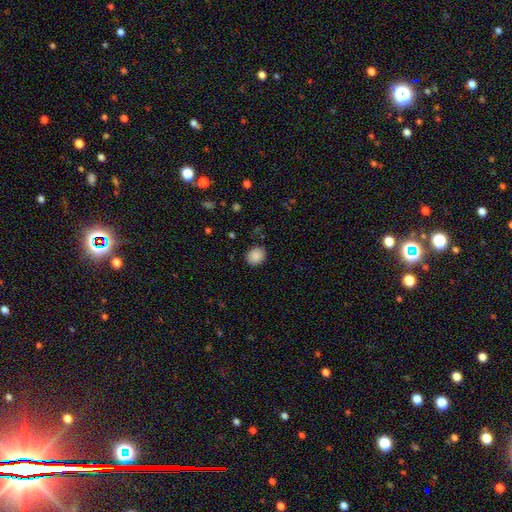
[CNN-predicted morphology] The model was most divided on "how rounded": round: 67%, in between: 33%, cigar-shaped: 1%. More confident: smooth or featured — smooth (88%); merging — none (88%).